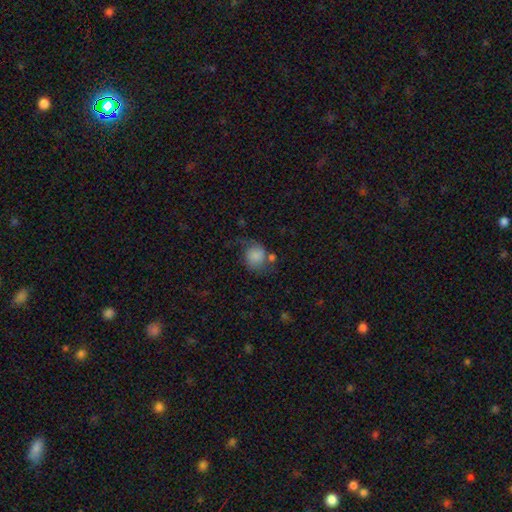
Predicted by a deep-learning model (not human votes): This appears to be a smooth galaxy with no disk features (65%) that is round (75%). Merging: none (46%).